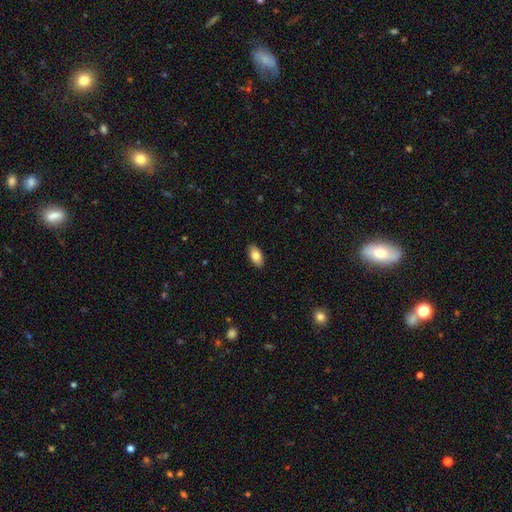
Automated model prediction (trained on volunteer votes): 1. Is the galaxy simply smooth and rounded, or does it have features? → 81% smooth, 12% featured or disk, 7% star or artifact.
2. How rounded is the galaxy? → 92% in between, 4% cigar-shaped, 4% round.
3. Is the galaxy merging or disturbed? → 89% none, 8% minor disturbance, 2% major disturbance, 1% merger.